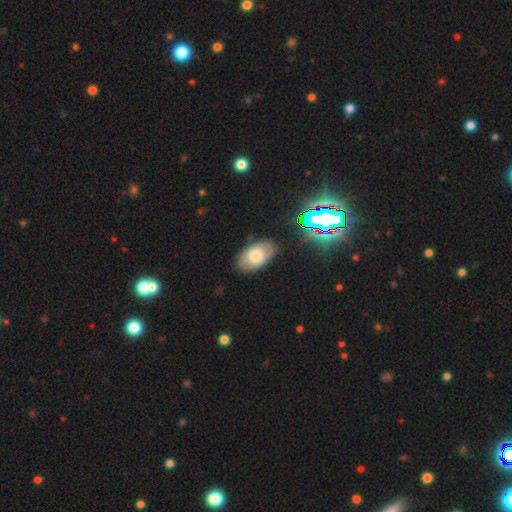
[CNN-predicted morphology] The model was most divided on "smooth or featured": smooth: 70%, featured or disk: 20%, star or artifact: 10%. More confident: how rounded — in between (93%); merging — none (83%).